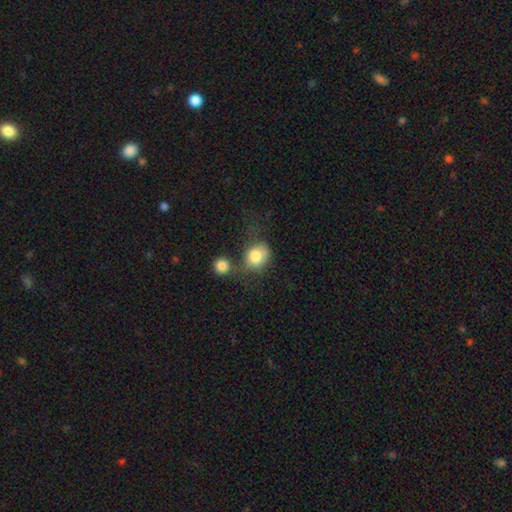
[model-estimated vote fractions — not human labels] Smooth or featured? smooth (81%)
How rounded? round (63%)
Merging? none (39%)